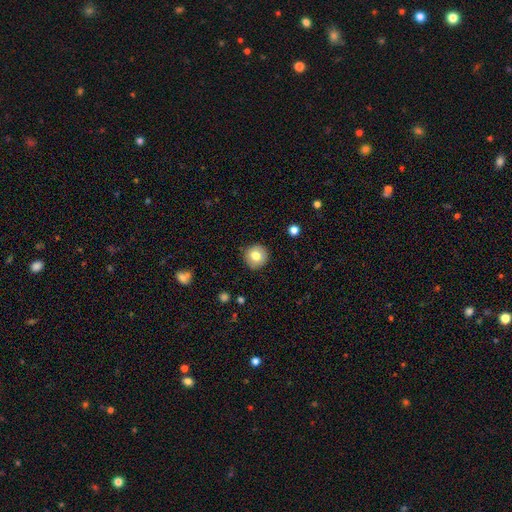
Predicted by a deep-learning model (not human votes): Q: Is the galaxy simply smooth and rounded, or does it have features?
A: smooth — 78%.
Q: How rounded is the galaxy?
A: round — 94%.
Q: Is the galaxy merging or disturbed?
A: none — 89%.